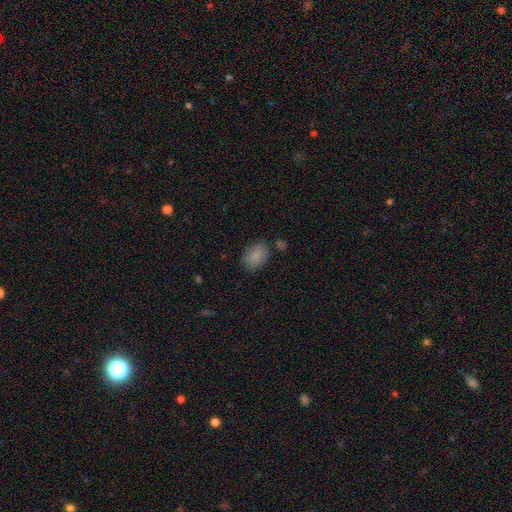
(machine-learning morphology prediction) smooth 86%, star or artifact 8%, featured or disk 6%. Down the decision tree: how rounded — in between (79%); merging — none (77%).